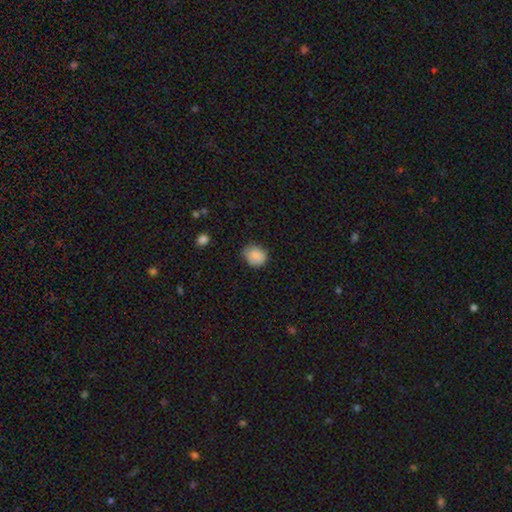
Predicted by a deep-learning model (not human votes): smooth-or-featured: smooth: 84% | star or artifact: 9% | featured or disk: 7%
  how-rounded: round: 62% | in between: 37% | cigar-shaped: 1%
  merging: none: 71% | minor disturbance: 24% | major disturbance: 4% | merger: 1%